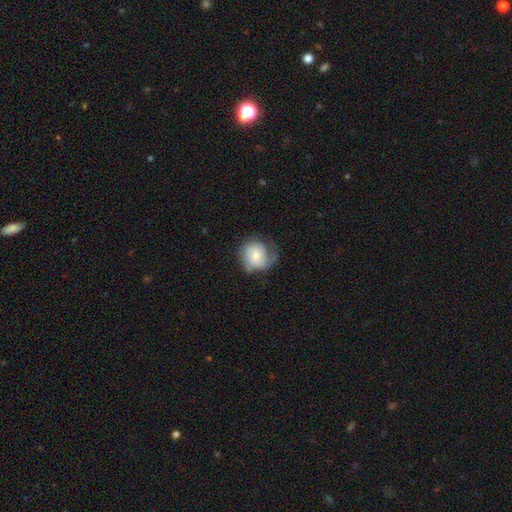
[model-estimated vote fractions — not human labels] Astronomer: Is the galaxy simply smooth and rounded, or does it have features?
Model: featured or disk — 53% (runner-up: smooth, 41%).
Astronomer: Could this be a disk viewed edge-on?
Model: no — 98%.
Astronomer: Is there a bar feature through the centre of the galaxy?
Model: no — 68%.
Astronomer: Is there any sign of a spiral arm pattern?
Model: yes — 84%.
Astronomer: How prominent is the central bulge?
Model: moderate — 53% (runner-up: small, 37%).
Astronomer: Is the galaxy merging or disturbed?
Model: none — 52% (runner-up: minor disturbance, 29%).